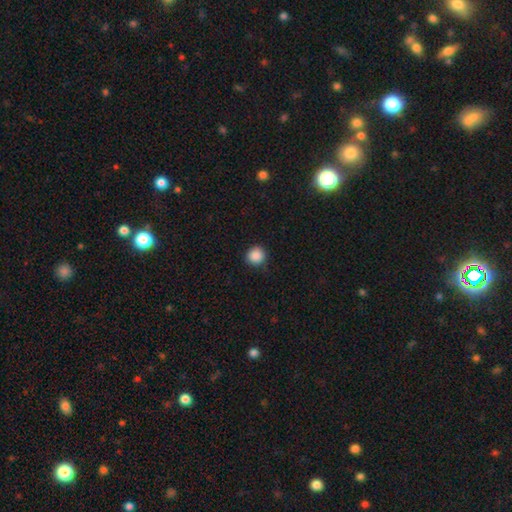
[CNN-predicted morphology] smooth-or-featured: smooth: 88% | star or artifact: 10% | featured or disk: 2%
  how-rounded: round: 92% | in between: 7% | cigar-shaped: 1%
  merging: none: 86% | minor disturbance: 11% | major disturbance: 2% | merger: 1%